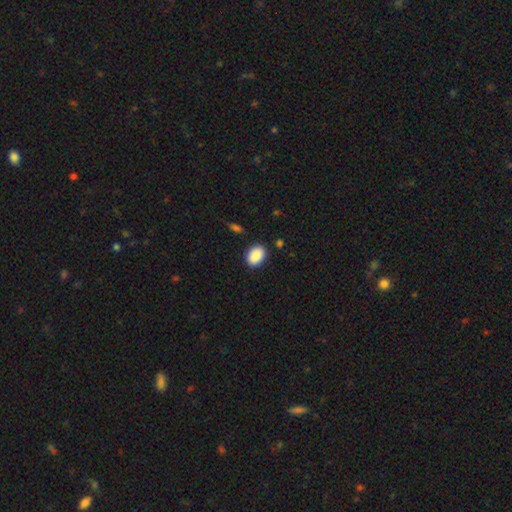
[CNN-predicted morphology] Overall: smooth (90%). How rounded: in between (78%). Merging: none (87%).